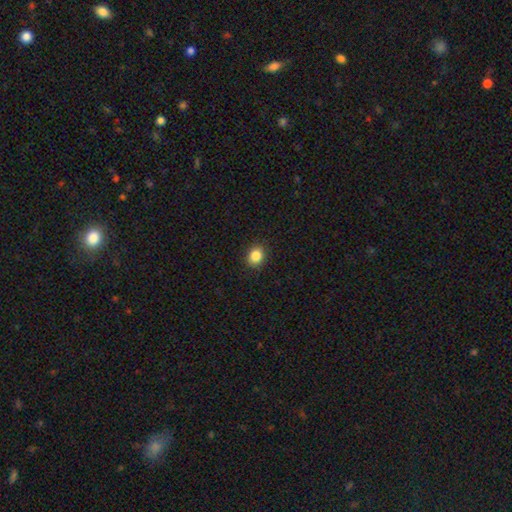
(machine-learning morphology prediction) smooth_or_featured: smooth (p=0.86) [alt: star or artifact p=0.10]
how_rounded: round (p=0.63) [alt: in between p=0.36]
merging: none (p=0.90) [alt: minor disturbance p=0.07]